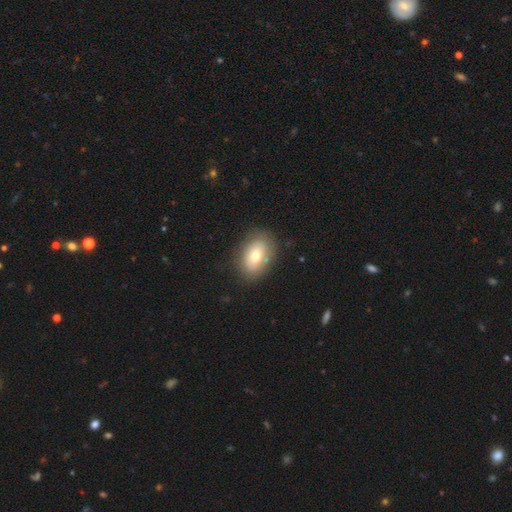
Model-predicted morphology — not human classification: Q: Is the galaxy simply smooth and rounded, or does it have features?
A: smooth — 70%.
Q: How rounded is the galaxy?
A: in between — 83%.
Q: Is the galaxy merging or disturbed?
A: none — 79%.